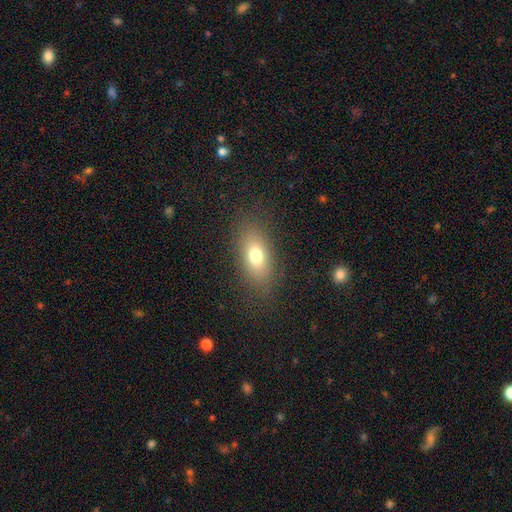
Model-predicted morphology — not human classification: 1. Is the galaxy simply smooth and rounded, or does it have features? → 73% smooth, 15% featured or disk, 12% star or artifact.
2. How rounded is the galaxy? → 83% in between, 11% round, 6% cigar-shaped.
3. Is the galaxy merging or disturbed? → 84% none, 10% minor disturbance, 5% major disturbance, 1% merger.